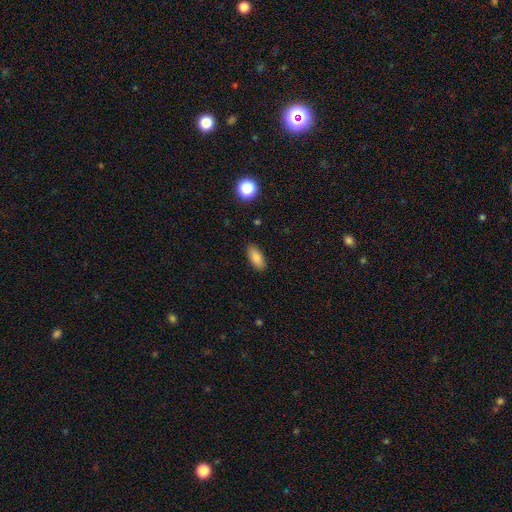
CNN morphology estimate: A smooth galaxy with no disk features (83%) that is in between round and cigar-shaped (86%). Merging: none (88%).